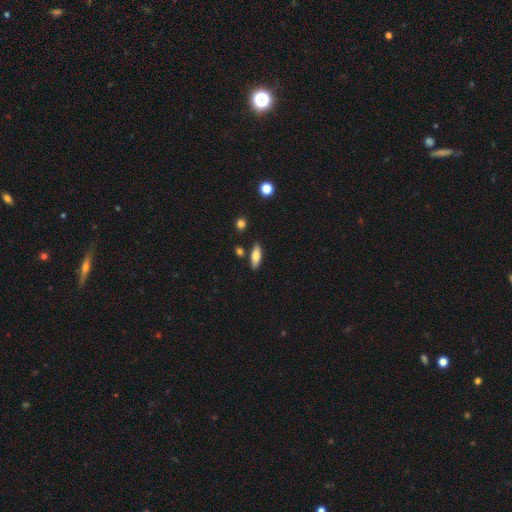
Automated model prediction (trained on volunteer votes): Overall: smooth (75%). How rounded: in between (66%; cigar-shaped 31%). Merging: none (82%).